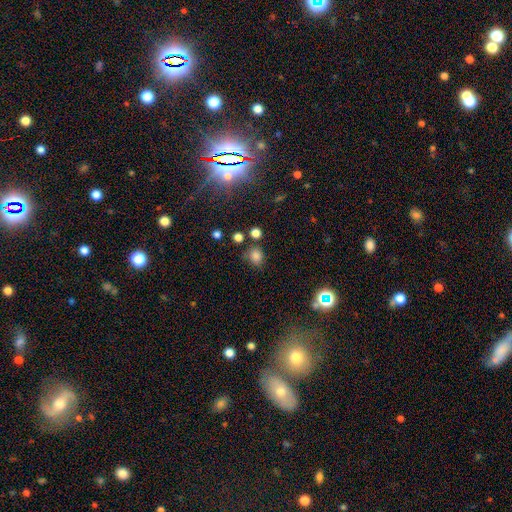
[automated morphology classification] A smooth galaxy with no disk features (78%) that is round (68%). Merging: none (67%).